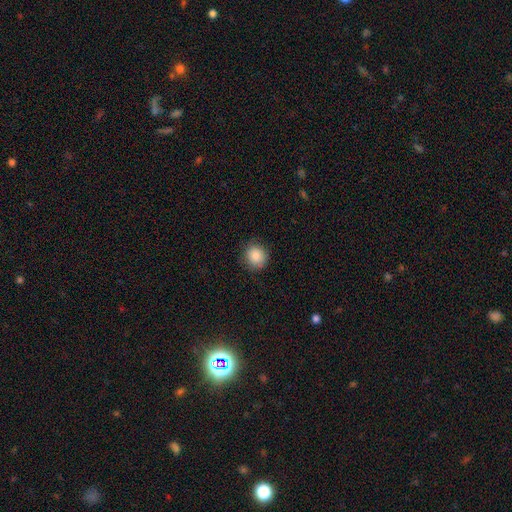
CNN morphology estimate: type=smooth (87%); roundness=round (89%); merging=none (85%).